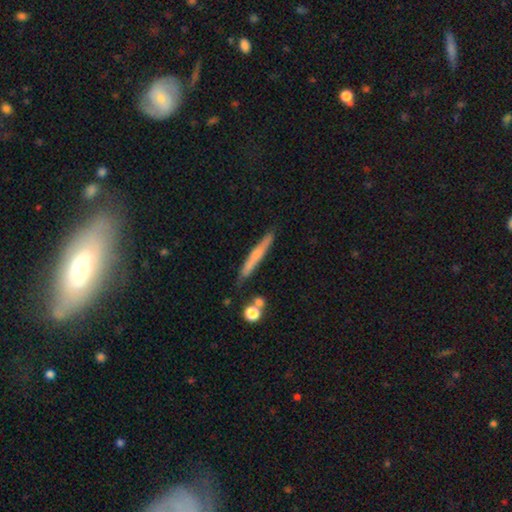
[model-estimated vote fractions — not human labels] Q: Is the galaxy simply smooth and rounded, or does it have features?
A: smooth — 47%.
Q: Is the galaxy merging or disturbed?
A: none — 82%.